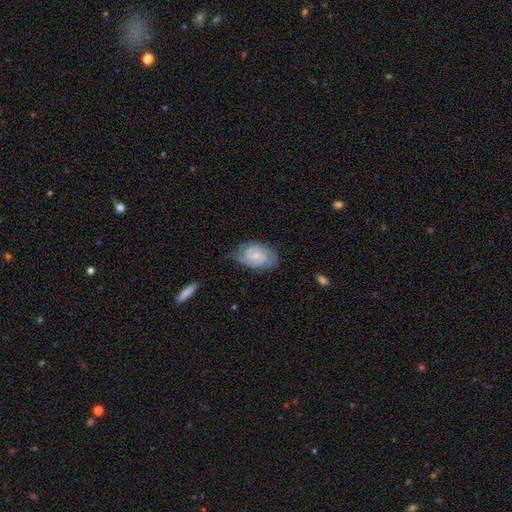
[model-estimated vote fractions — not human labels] This appears to be a featured or disk galaxy (67%) with no bar (65%), 2 (50%) tight (58%) spiral arms (90%) and a small central bulge (66%). Merging: none (67%).